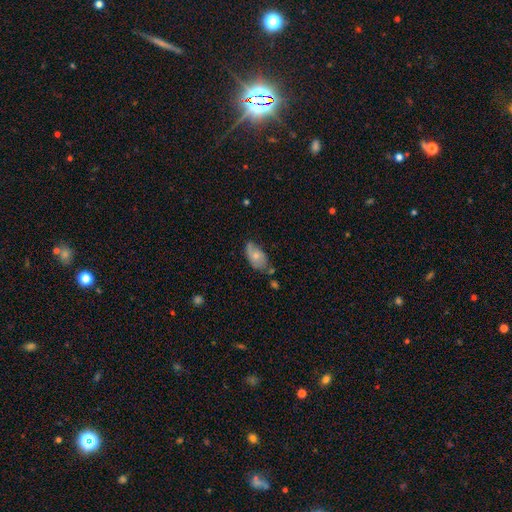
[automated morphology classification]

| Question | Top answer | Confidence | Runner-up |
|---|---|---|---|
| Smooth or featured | smooth | 59% | featured or disk (34%) |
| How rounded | in between | 92% | round (5%) |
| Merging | none | 51% | minor disturbance (33%) |